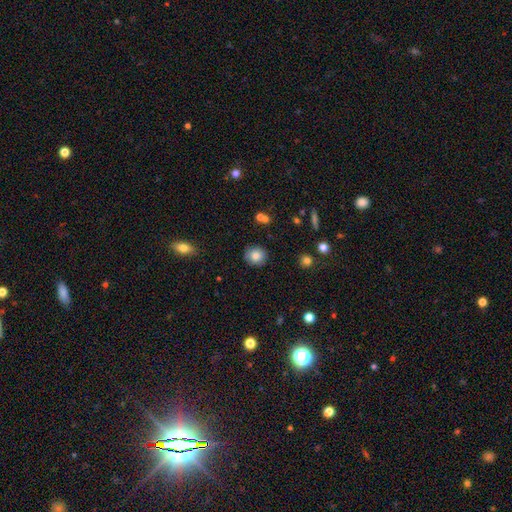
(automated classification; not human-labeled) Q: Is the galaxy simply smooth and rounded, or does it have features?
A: smooth — 80%.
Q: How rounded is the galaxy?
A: round — 84%.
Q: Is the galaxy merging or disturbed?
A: none — 86%.